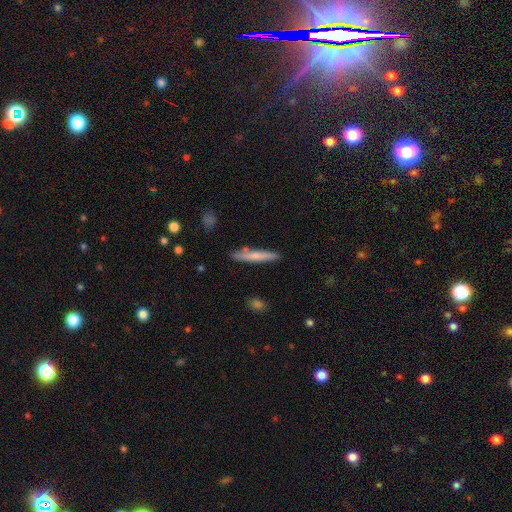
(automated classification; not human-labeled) smooth 62%, featured or disk 32%, star or artifact 6%. Down the decision tree: how rounded — cigar-shaped (94%); merging — none (83%).